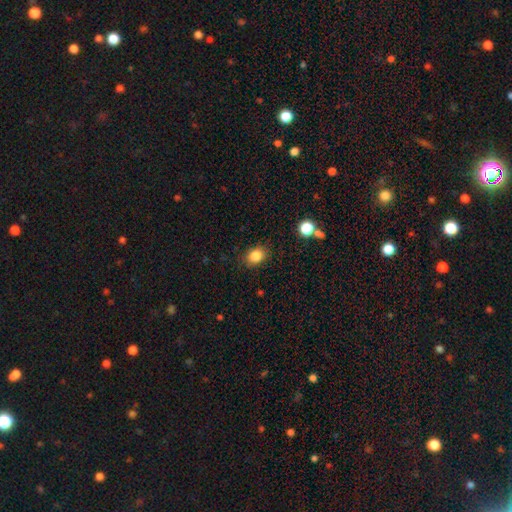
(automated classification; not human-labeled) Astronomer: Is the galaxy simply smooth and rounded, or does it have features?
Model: smooth — 84%.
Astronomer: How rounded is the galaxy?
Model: in between — 63%.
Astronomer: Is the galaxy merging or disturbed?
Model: none — 85%.